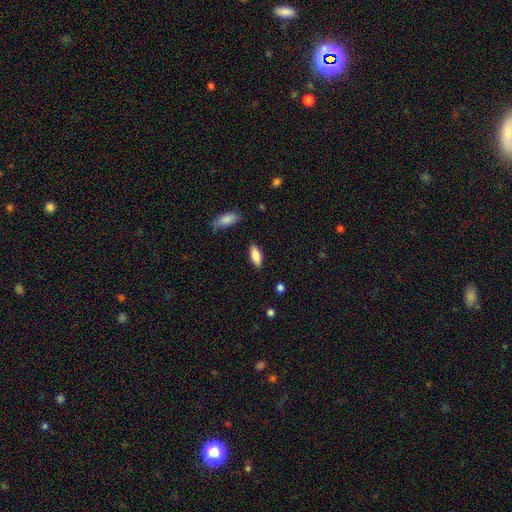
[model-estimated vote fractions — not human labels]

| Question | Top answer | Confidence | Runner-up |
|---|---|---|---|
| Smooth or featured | smooth | 85% | featured or disk (9%) |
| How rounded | in between | 77% | cigar-shaped (21%) |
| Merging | none | 85% | minor disturbance (11%) |